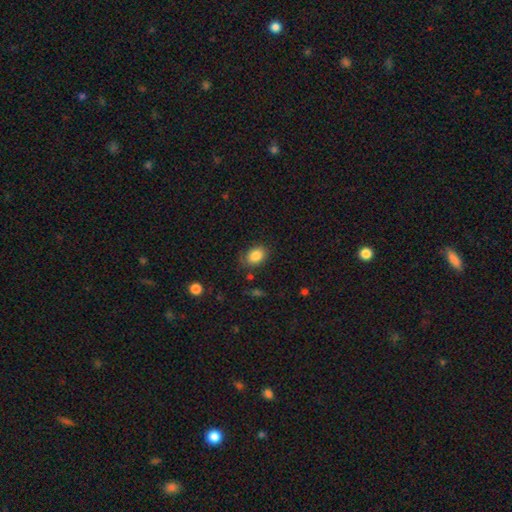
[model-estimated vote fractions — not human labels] A smooth galaxy with no disk features (85%) that is in between round and cigar-shaped (75%). Merging: none (76%).